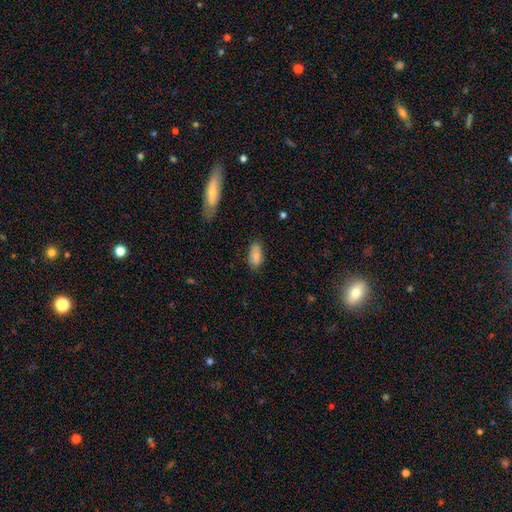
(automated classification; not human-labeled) Morphology: type=smooth (83%); roundness=in between (89%); merging=none (77%).